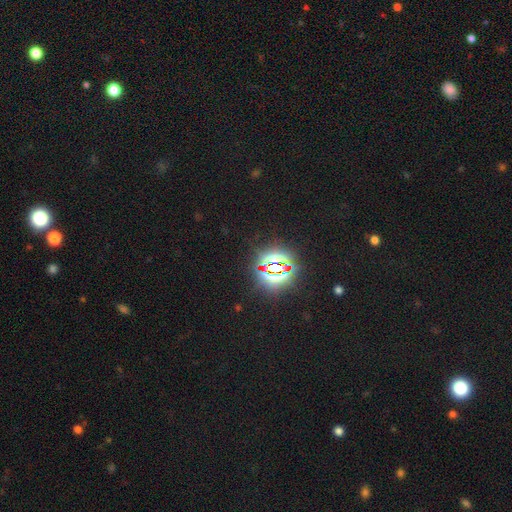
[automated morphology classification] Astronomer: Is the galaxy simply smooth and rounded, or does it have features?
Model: star or artifact — 81%.